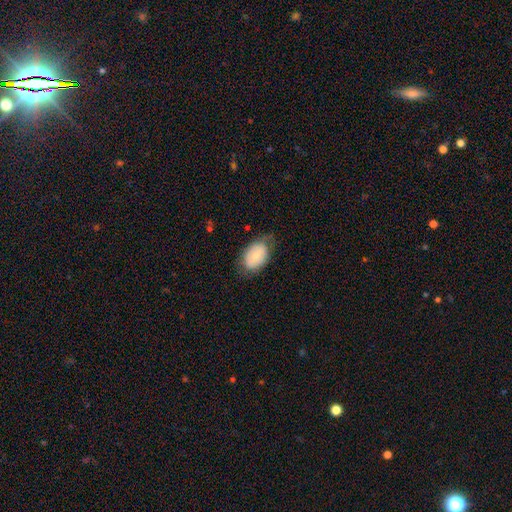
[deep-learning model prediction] Q: Smooth or featured?
A: smooth (64%); runner-up: featured or disk (30%)
Q: How rounded?
A: in between (87%); runner-up: round (12%)
Q: Merging?
A: none (65%); runner-up: minor disturbance (25%)